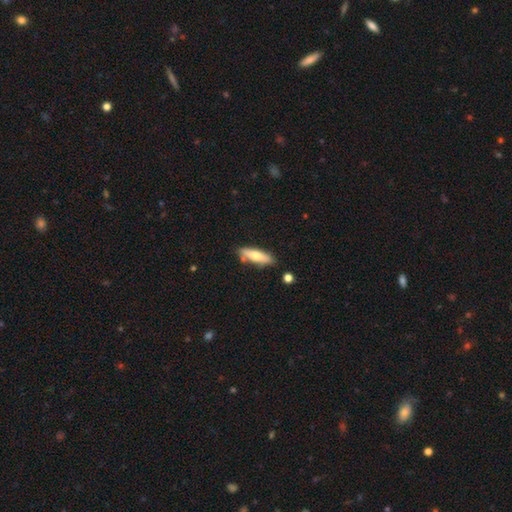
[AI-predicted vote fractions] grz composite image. It shows a smooth galaxy with no disk features (63%) that is cigar-shaped (56%). Merging: none (78%).